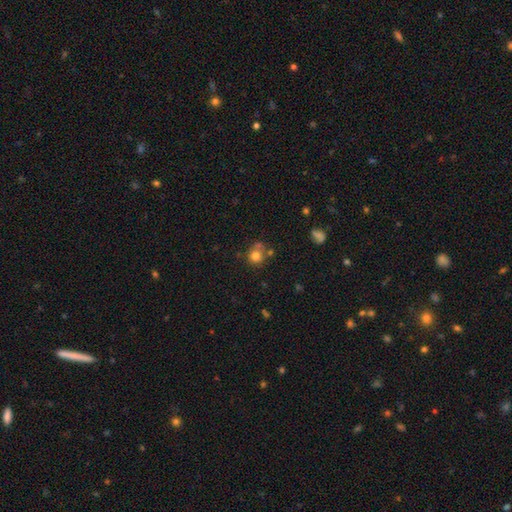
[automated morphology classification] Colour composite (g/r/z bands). It shows a smooth galaxy with no disk features (77%) that is round (84%). Merging: none (57%).